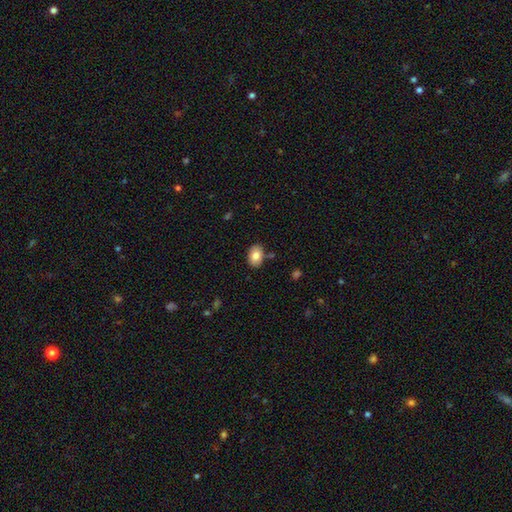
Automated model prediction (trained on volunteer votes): A smooth galaxy with no disk features (82%) that is in between round and cigar-shaped (82%).

Vote fractions:
- Smooth or featured? smooth: 82% / featured or disk: 10% / star or artifact: 8%
- How rounded? in between: 82% / round: 17% / cigar-shaped: 1%
- Merging? none: 82% / minor disturbance: 12% / merger: 4% / major disturbance: 2%